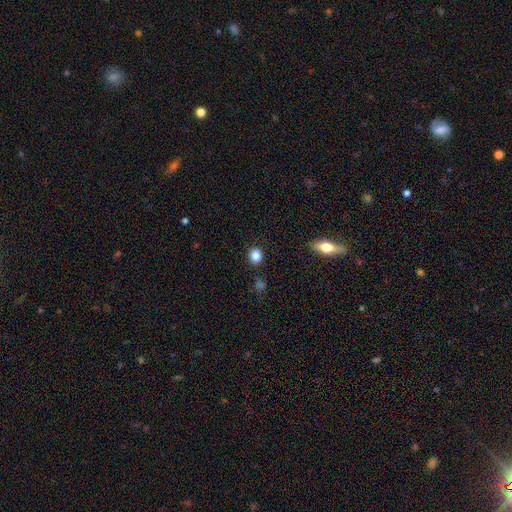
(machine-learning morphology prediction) smooth_or_featured: smooth (p=0.85) [alt: star or artifact p=0.10]
how_rounded: round (p=0.73) [alt: in between p=0.26]
merging: none (p=0.87) [alt: minor disturbance p=0.08]